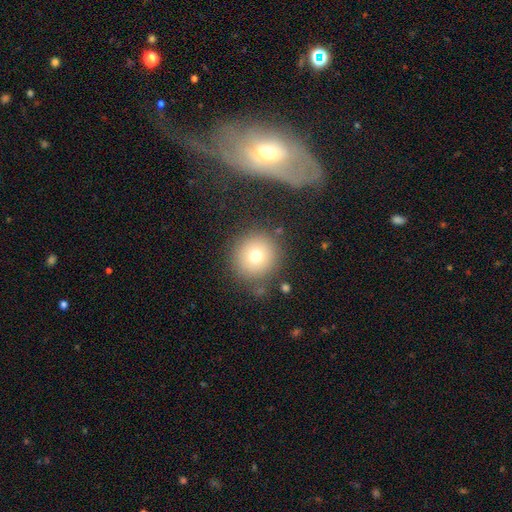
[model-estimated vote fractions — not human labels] smooth_or_featured: smooth (p=0.73) [alt: star or artifact p=0.14]
how_rounded: round (p=0.94) [alt: in between p=0.05]
merging: none (p=0.83) [alt: minor disturbance p=0.09]